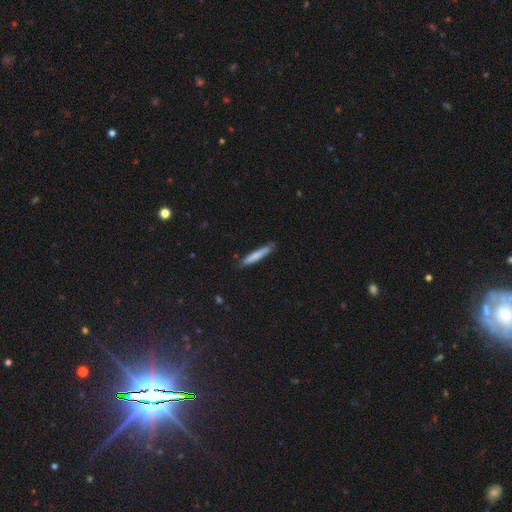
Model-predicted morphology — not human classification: Smooth or featured? Predicted: smooth (p=0.77). How rounded? Predicted: cigar-shaped (p=0.94). Merging? Predicted: none (p=0.83).